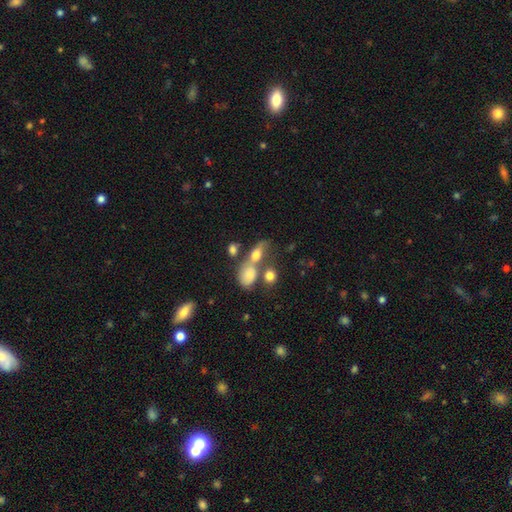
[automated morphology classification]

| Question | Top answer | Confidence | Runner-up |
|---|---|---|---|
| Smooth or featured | smooth | 60% | featured or disk (24%) |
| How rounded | in between | 66% | round (26%) |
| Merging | merger | 40% | none (35%) |